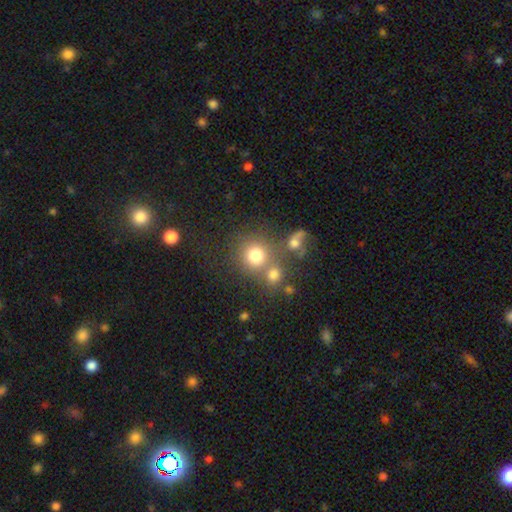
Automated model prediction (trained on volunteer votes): A smooth galaxy with no disk features (75%) that is round (88%). Merging: none (52%).